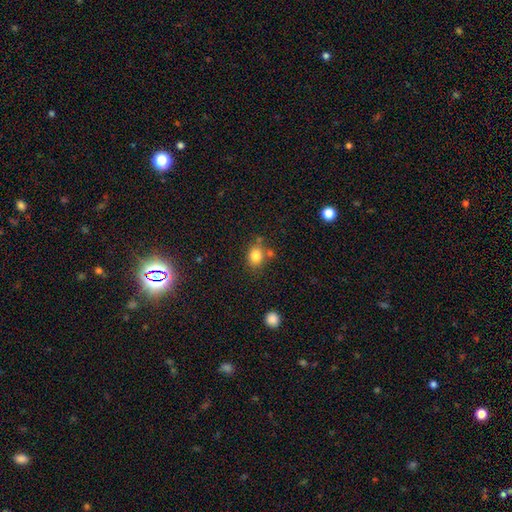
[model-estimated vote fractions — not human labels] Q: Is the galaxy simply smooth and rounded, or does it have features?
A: smooth — 82%.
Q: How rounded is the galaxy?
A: round — 55%.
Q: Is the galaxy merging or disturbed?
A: none — 69%.